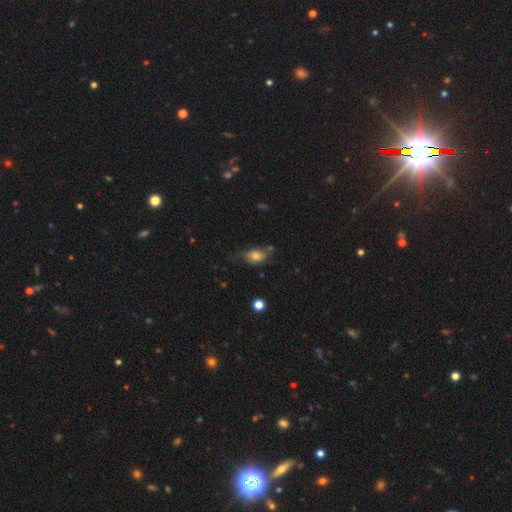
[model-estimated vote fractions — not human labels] This appears to be a smooth galaxy with no disk features (75%) that is in between round and cigar-shaped (83%). Merging: none (52%).